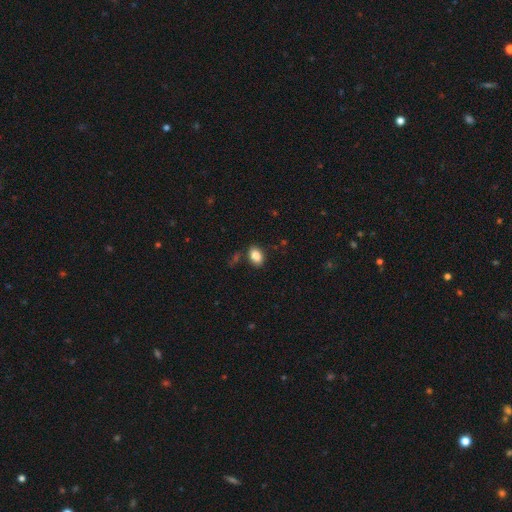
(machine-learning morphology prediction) A smooth galaxy with no disk features (86%) that is in between round and cigar-shaped (87%). Merging: none (80%).